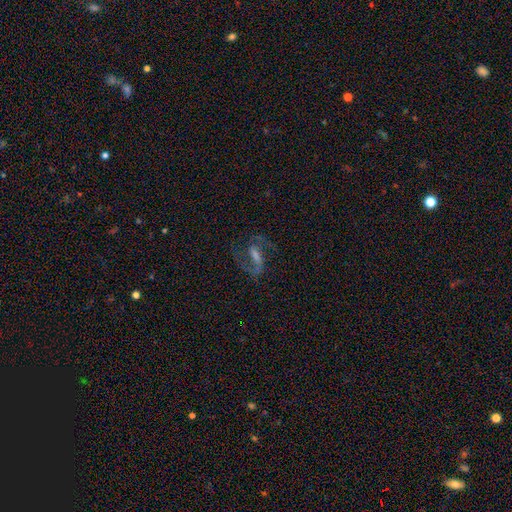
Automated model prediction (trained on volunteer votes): smooth_or_featured: featured or disk (p=0.81) [alt: star or artifact p=0.10]
disk_edge_on: no (p=0.95) [alt: yes p=0.05]
bar: strong (p=0.44) [alt: weak p=0.43]
has_spiral_arms: yes (p=0.95) [alt: no p=0.05]
spiral_winding: medium (p=0.53) [alt: loose p=0.34]
spiral_arm_count: 2 (p=0.90) [alt: can't tell p=0.03]
bulge_size: moderate (p=0.35) [alt: small p=0.34]
merging: none (p=0.71) [alt: minor disturbance p=0.14]